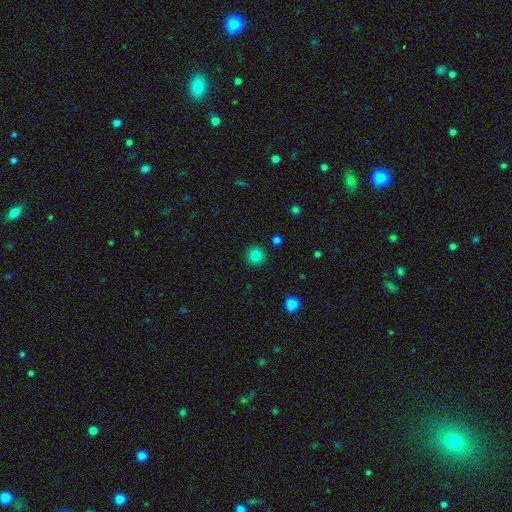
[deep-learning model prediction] Q: Smooth or featured?
A: smooth (82%); runner-up: star or artifact (12%)
Q: How rounded?
A: round (95%); runner-up: in between (4%)
Q: Merging?
A: none (91%); runner-up: minor disturbance (5%)